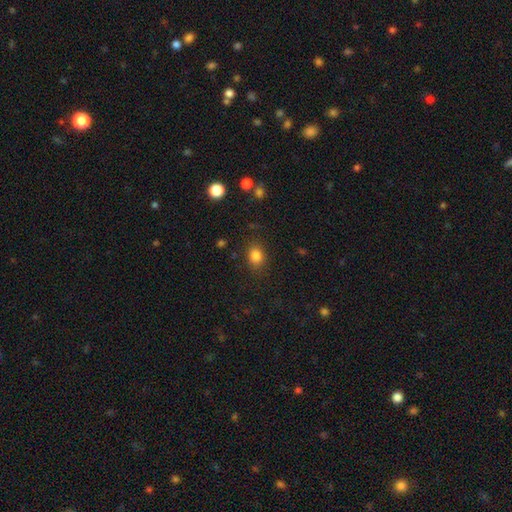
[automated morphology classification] This is clearly a smooth galaxy (83%). How rounded: possibly in between (53%). Merging: clearly none (85%).